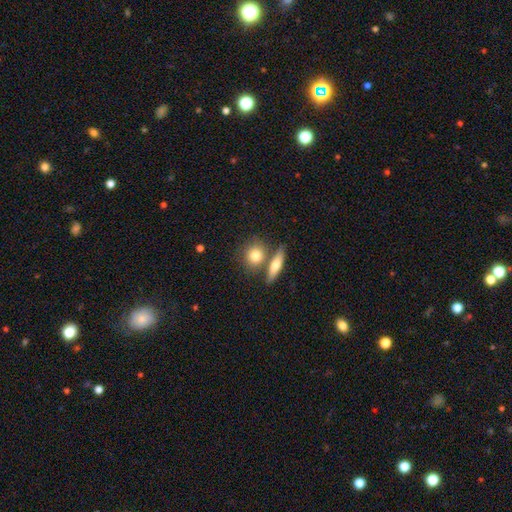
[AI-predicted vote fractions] Morphology: type=smooth (79%); roundness=round (61%); merging=none (57%).